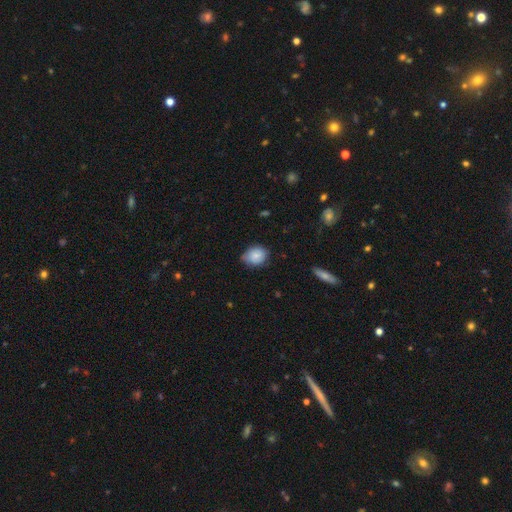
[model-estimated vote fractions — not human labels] Overall: smooth (79%). How rounded: round (56%; in between 43%). Merging: none (63%; minor disturbance 30%).